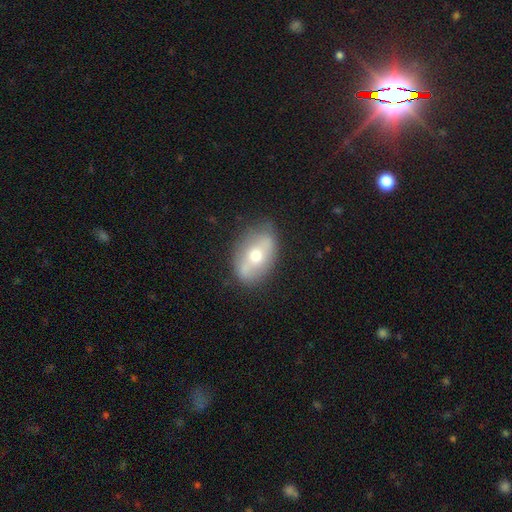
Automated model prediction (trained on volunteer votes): This is possibly a smooth galaxy (47%). Merging: likely none (78%).